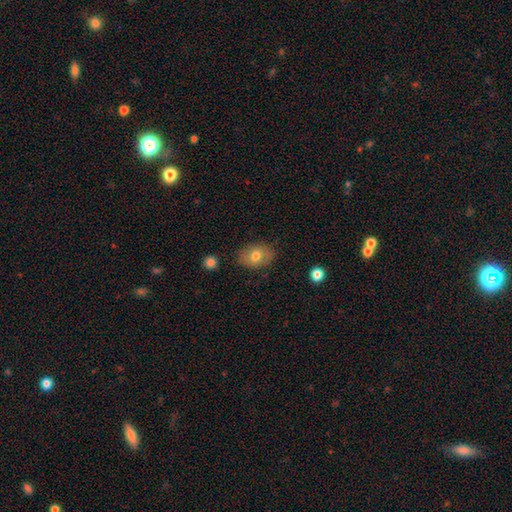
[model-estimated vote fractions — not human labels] A smooth galaxy with no disk features (73%) that is in between round and cigar-shaped (76%).

Vote fractions:
- Smooth or featured? smooth: 73% / featured or disk: 19% / star or artifact: 9%
- How rounded? in between: 76% / round: 23% / cigar-shaped: 1%
- Merging? none: 84% / minor disturbance: 12% / major disturbance: 3% / merger: 2%